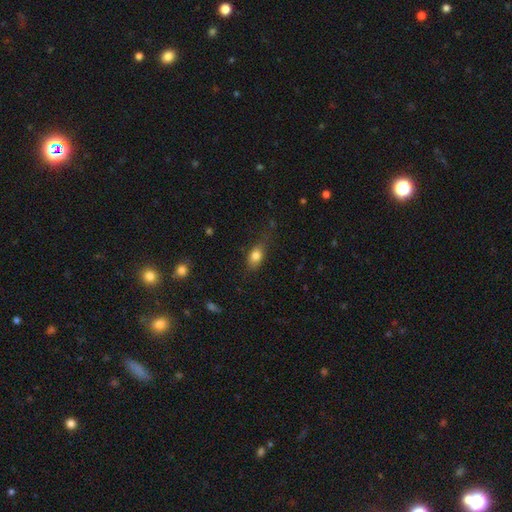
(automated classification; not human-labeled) Smooth or featured? smooth (80%)
How rounded? in between (80%)
Merging? none (67%)